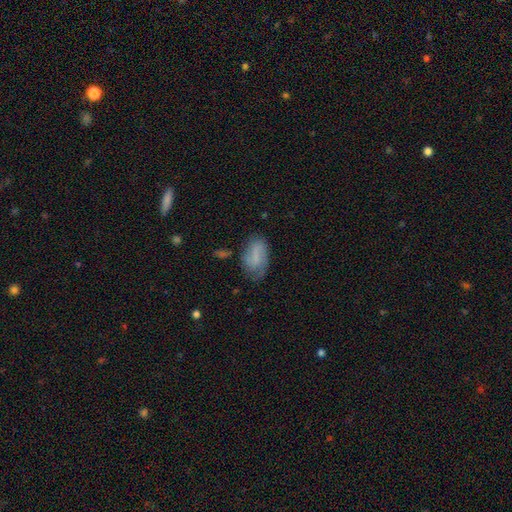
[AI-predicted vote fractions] This appears to be a smooth galaxy with no disk features (59%) that is in between round and cigar-shaped (90%). Merging: none (56%).